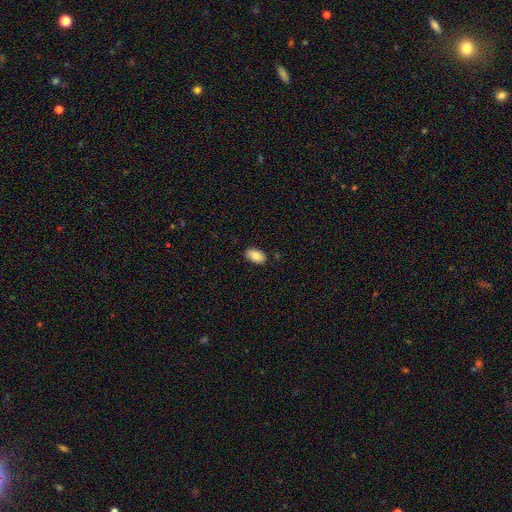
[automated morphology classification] smooth_or_featured: smooth (p=0.89) [alt: star or artifact p=0.07]
how_rounded: in between (p=0.94) [alt: round p=0.05]
merging: none (p=0.86) [alt: minor disturbance p=0.11]